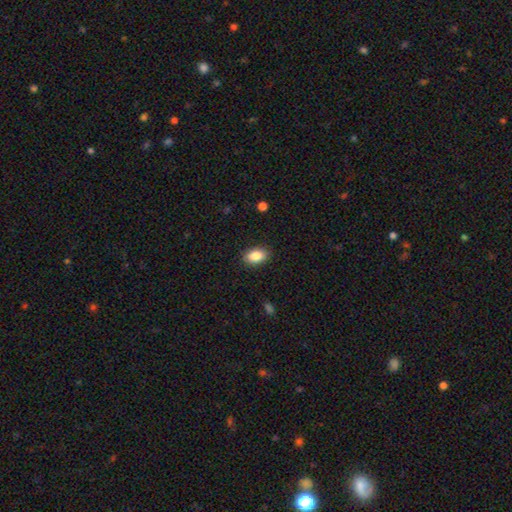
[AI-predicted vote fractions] Smooth or featured: smooth — 86% (star or artifact — 7%)
How rounded: in between — 90% (round — 9%)
Merging: none — 88% (minor disturbance — 8%)